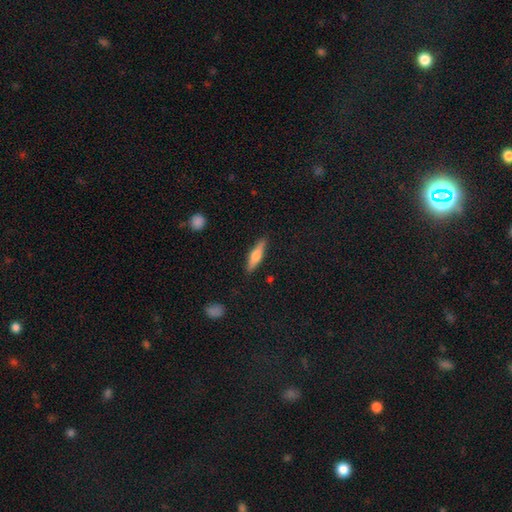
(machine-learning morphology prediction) Overall: smooth (52%; featured or disk 42%). How rounded: cigar-shaped (75%). Merging: none (88%).